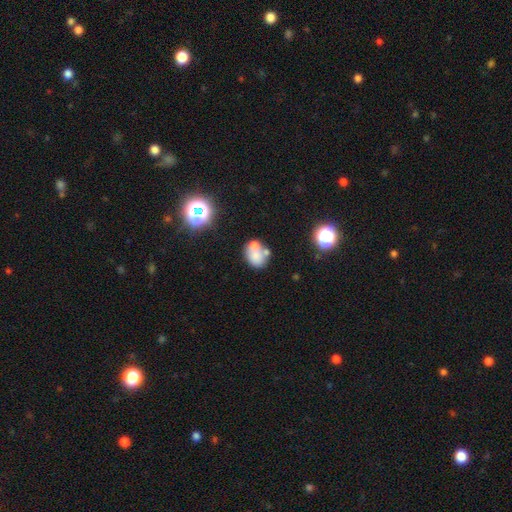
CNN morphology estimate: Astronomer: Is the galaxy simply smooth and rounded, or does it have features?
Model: smooth — 66%.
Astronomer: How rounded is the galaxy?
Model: in between — 50% (runner-up: round, 49%).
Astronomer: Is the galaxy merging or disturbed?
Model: merger — 40% (runner-up: none, 39%).